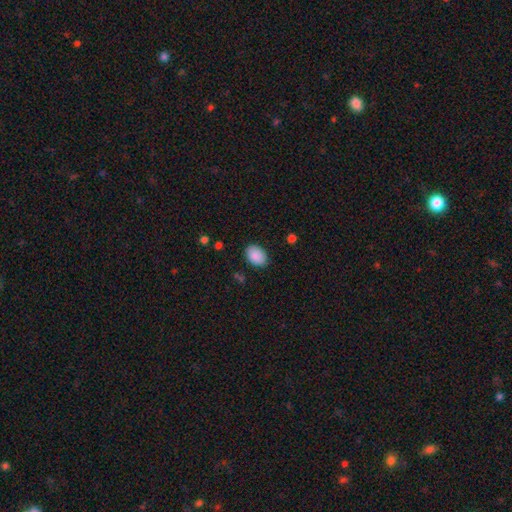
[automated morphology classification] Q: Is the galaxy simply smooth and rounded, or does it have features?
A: smooth — 89%.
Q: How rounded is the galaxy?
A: in between — 79%.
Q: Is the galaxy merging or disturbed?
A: none — 86%.